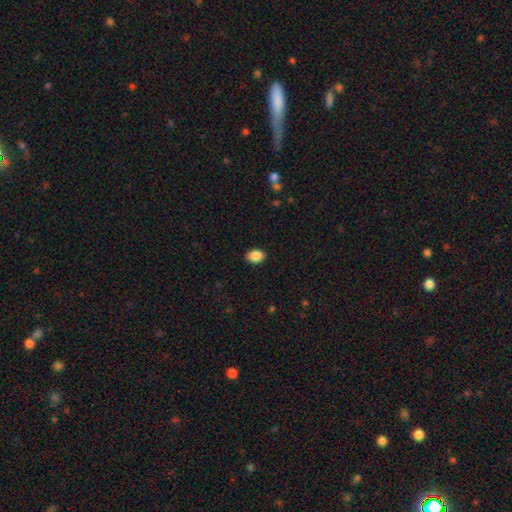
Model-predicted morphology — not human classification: A smooth galaxy with no disk features (88%) that is in between round and cigar-shaped (76%). Merging: none (90%).